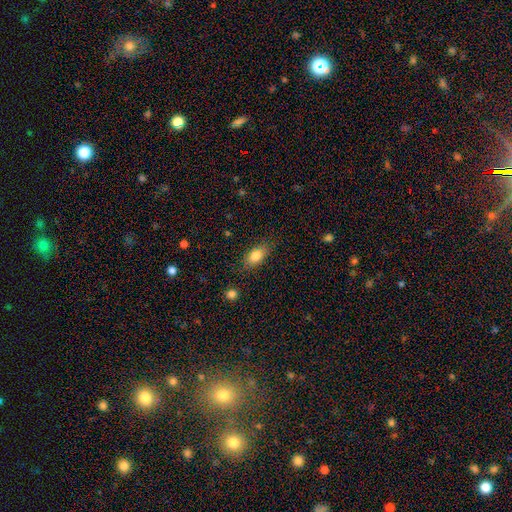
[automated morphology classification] Q: Smooth or featured?
A: smooth (82%); runner-up: featured or disk (10%)
Q: How rounded?
A: in between (86%); runner-up: cigar-shaped (7%)
Q: Merging?
A: none (81%); runner-up: minor disturbance (14%)